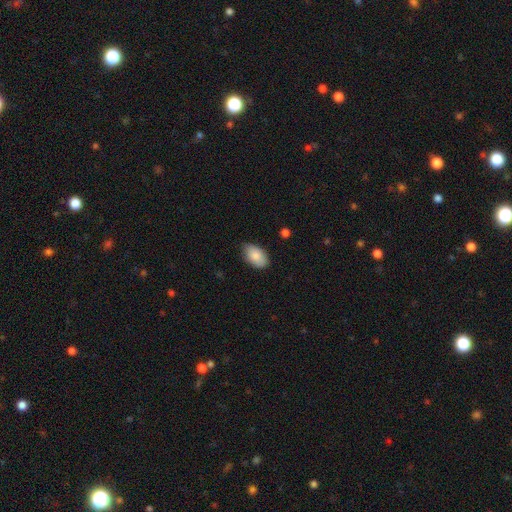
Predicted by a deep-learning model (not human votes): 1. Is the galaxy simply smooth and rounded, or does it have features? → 86% smooth, 8% featured or disk, 6% star or artifact.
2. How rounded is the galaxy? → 93% in between, 6% round, 1% cigar-shaped.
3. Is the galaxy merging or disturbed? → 78% none, 18% minor disturbance, 3% major disturbance, 1% merger.